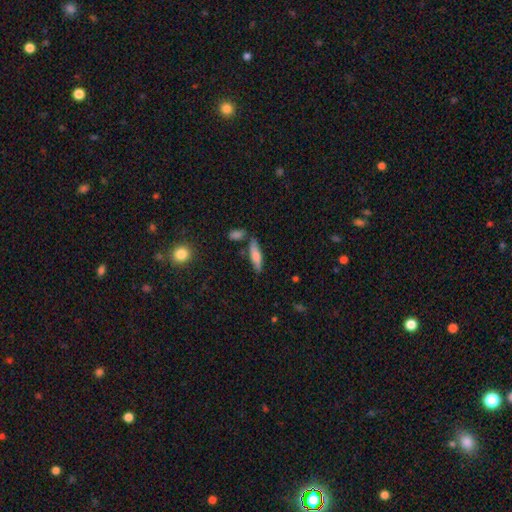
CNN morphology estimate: A smooth galaxy with no disk features (69%) that is cigar-shaped (61%).

Vote fractions:
- Smooth or featured? smooth: 69% / featured or disk: 24% / star or artifact: 7%
- How rounded? cigar-shaped: 61% / in between: 36% / round: 2%
- Merging? none: 75% / minor disturbance: 14% / merger: 8% / major disturbance: 3%